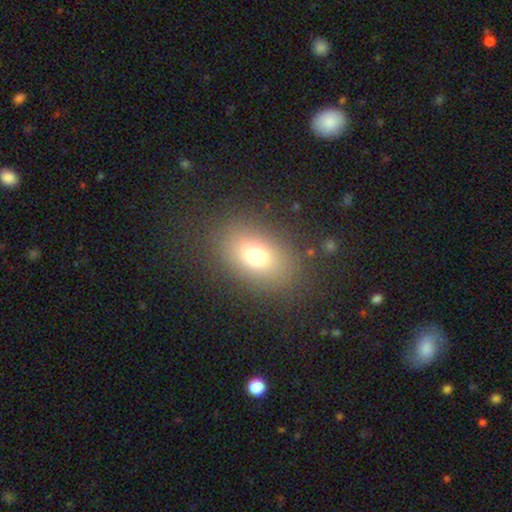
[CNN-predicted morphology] The model was most divided on "how rounded": in between: 72%, round: 26%, cigar-shaped: 2%. More confident: merging — none (83%); smooth or featured — smooth (72%).